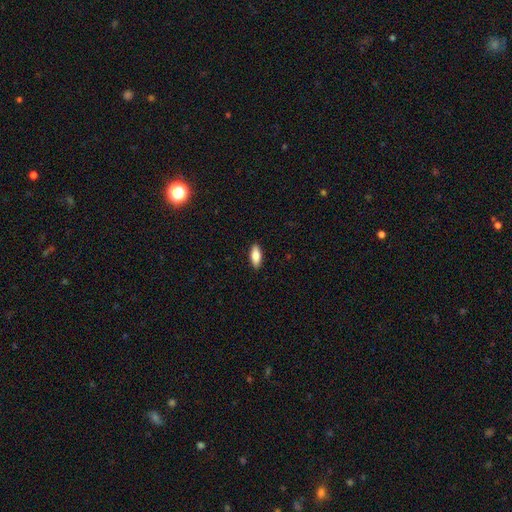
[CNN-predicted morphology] smooth-or-featured: smooth: 81% | featured or disk: 13% | star or artifact: 6%
  how-rounded: in between: 77% | cigar-shaped: 21% | round: 2%
  merging: none: 90% | minor disturbance: 8% | major disturbance: 2% | merger: 1%